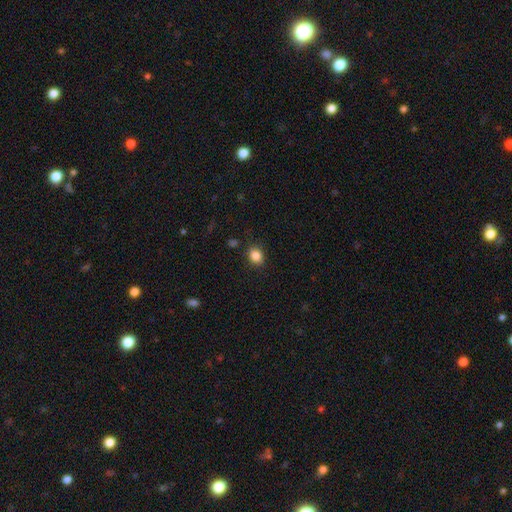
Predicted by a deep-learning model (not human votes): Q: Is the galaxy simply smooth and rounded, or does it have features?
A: smooth — 86%.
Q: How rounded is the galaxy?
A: round — 53%.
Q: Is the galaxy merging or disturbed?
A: none — 86%.